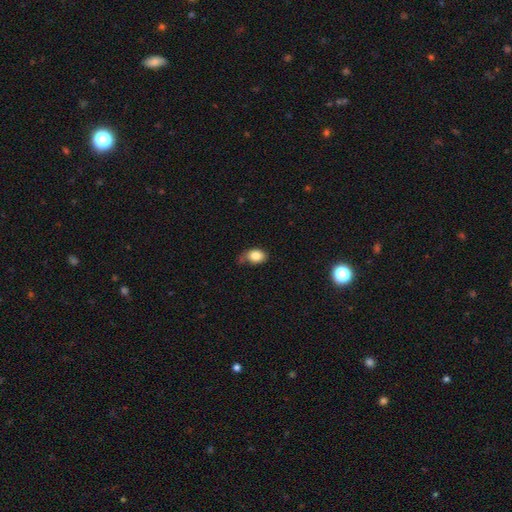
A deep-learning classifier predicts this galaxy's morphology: This appears to be a smooth galaxy with no disk features (82%) that is in between round and cigar-shaped (76%). Merging: none (43%).